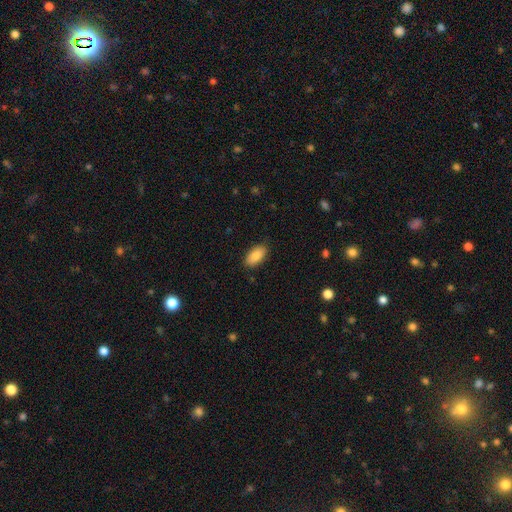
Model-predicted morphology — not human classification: A smooth galaxy with no disk features (86%) that is in between round and cigar-shaped (93%). Merging: none (87%).